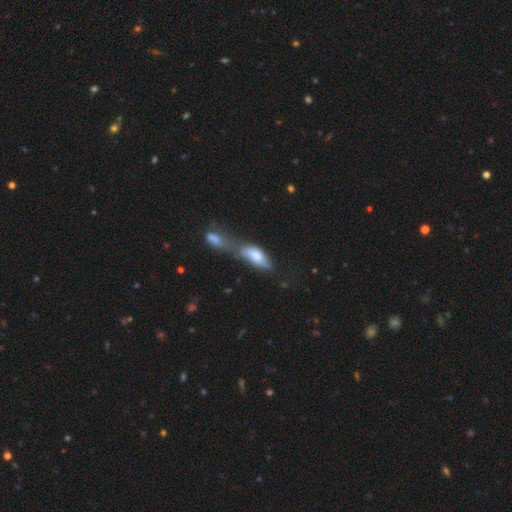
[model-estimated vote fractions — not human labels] This is likely a smooth galaxy (66%). How rounded: clearly in between (80%). Merging: likely merger (65%).